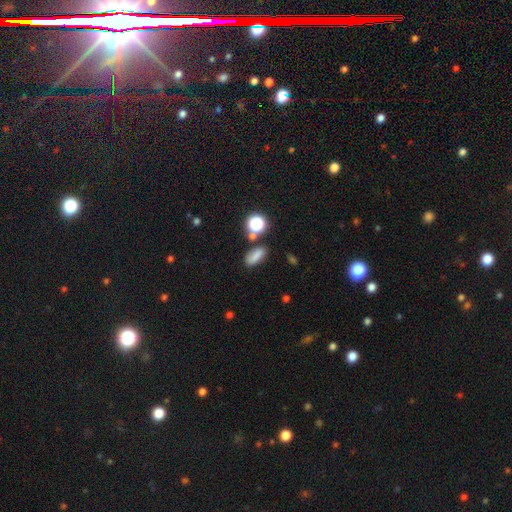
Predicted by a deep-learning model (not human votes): Smooth or featured? Predicted: smooth (p=0.76). How rounded? Predicted: in between (p=0.73). Merging? Predicted: none (p=0.72).